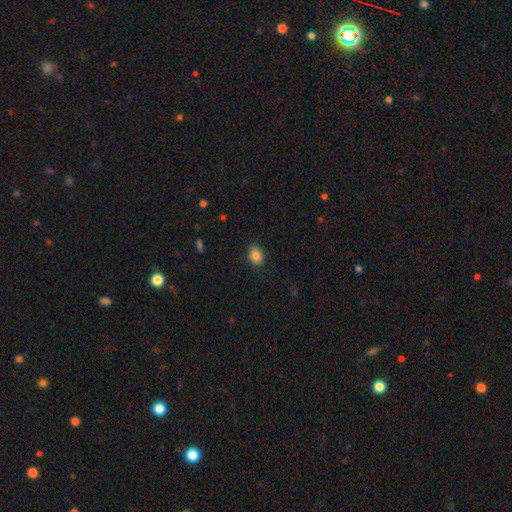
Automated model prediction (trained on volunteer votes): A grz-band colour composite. It shows a smooth galaxy with no disk features (85%) that is in between round and cigar-shaped (65%). Merging: none (85%).